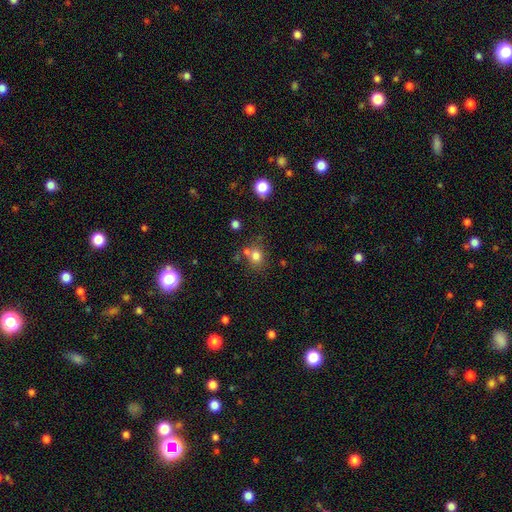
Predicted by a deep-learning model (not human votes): Smooth or featured?
  - smooth: 77% *
  - star or artifact: 14%
  - featured or disk: 9%
How rounded?
  - round: 72% *
  - in between: 28%
  - cigar-shaped: 1%
Merging?
  - none: 59% *
  - merger: 22%
  - minor disturbance: 14%
  - major disturbance: 6%